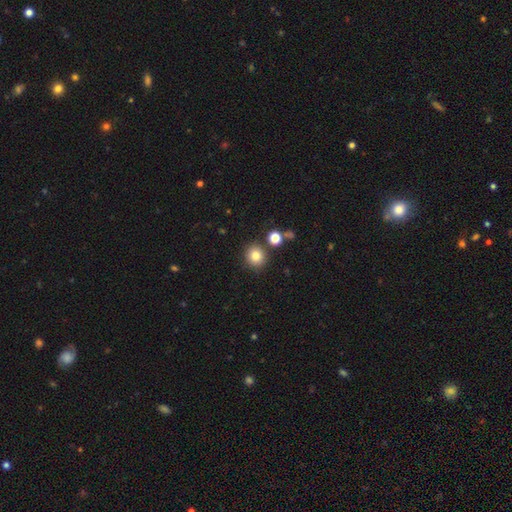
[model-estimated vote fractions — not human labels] Smooth or featured: smooth — 81% (star or artifact — 12%)
How rounded: round — 89% (in between — 10%)
Merging: none — 83% (minor disturbance — 7%)